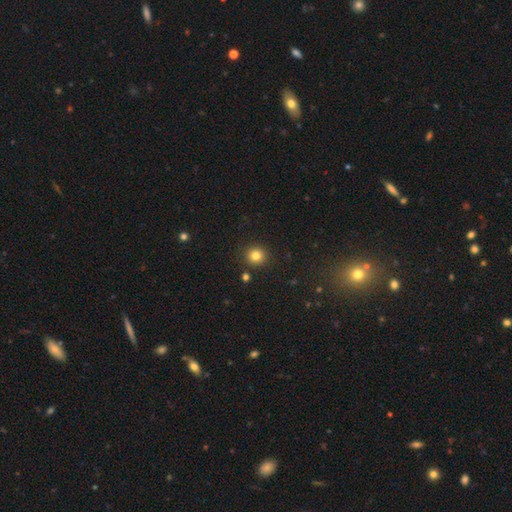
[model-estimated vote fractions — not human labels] Smooth or featured?
  - smooth: 82% *
  - star or artifact: 12%
  - featured or disk: 6%
How rounded?
  - round: 91% *
  - in between: 8%
  - cigar-shaped: 1%
Merging?
  - none: 89% *
  - minor disturbance: 6%
  - merger: 3%
  - major disturbance: 2%